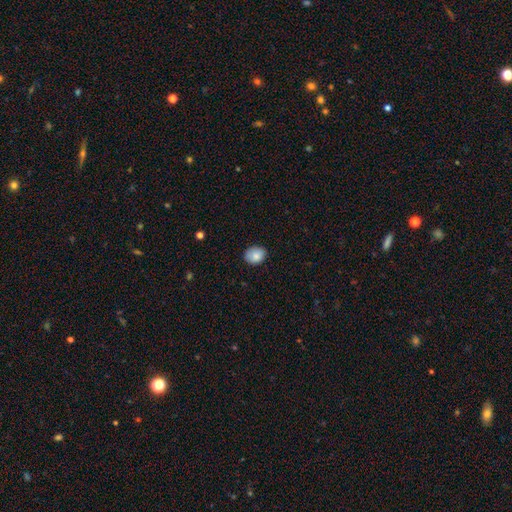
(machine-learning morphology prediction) A smooth galaxy with no disk features (85%) that is in between round and cigar-shaped (59%).

Vote fractions:
- Smooth or featured? smooth: 85% / star or artifact: 8% / featured or disk: 7%
- How rounded? in between: 59% / round: 40% / cigar-shaped: 1%
- Merging? none: 83% / minor disturbance: 14% / major disturbance: 2% / merger: 1%